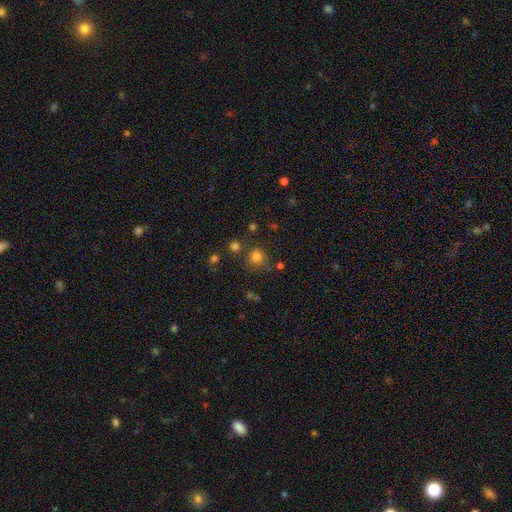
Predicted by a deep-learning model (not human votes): This appears to be a smooth galaxy with no disk features (78%) that is round (91%). Merging: none (78%).